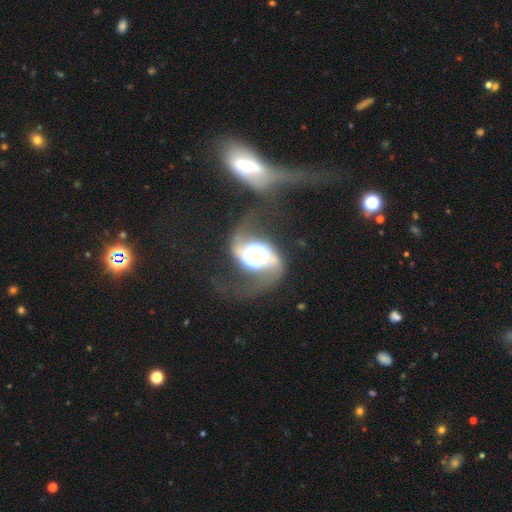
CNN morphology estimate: Q: Smooth or featured?
A: featured or disk (82%); runner-up: smooth (12%)
Q: Edge-on disk?
A: no (96%); runner-up: yes (4%)
Q: Bar?
A: no (67%); runner-up: weak (23%)
Q: Spiral arms?
A: yes (91%); runner-up: no (9%)
Q: Spiral winding?
A: loose (50%); runner-up: medium (36%)
Q: Spiral arm count?
A: 2 (89%); runner-up: can't tell (4%)
Q: Bulge size?
A: moderate (57%); runner-up: large (21%)
Q: Merging?
A: none (39%); runner-up: major disturbance (35%)